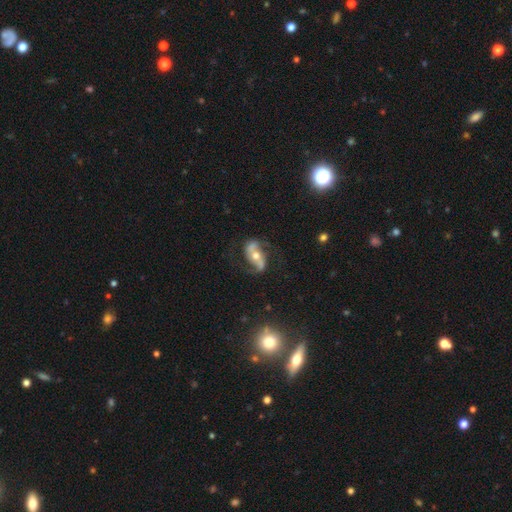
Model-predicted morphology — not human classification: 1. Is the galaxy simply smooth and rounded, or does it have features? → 82% featured or disk, 11% smooth, 7% star or artifact.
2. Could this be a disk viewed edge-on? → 94% no, 6% yes.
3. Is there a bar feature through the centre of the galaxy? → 36% no (tied), 36% strong (tied), 28% weak.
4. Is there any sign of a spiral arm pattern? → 94% yes, 6% no.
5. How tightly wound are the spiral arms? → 58% loose, 32% medium, 10% tight.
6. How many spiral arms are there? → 92% 2, 3% can't tell, 2% 1, 1% 3, 1% 4, 1% more than 4.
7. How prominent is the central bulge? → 65% moderate, 27% small, 5% large, 1% none, 1% dominant.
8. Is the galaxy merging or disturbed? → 73% none, 15% minor disturbance, 10% major disturbance, 2% merger.